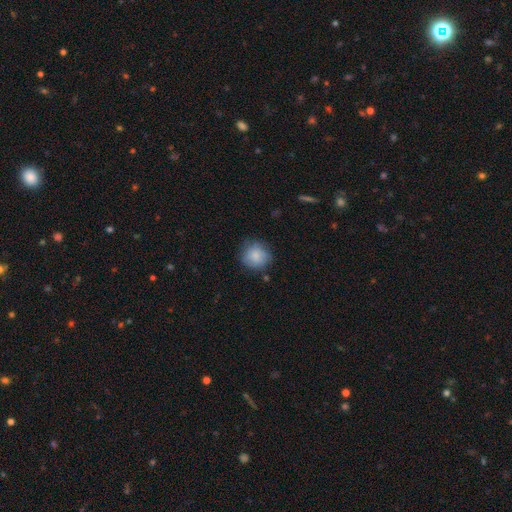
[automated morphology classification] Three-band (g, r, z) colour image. It shows a smooth galaxy with no disk features (81%) that is round (87%). Merging: none (72%).